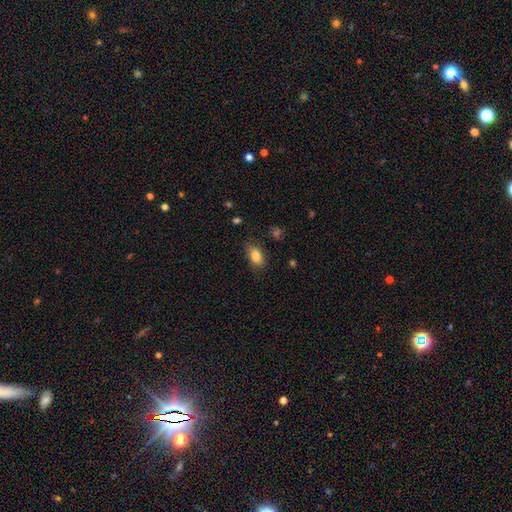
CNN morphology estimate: Q: Smooth or featured?
A: smooth (86%); runner-up: star or artifact (8%)
Q: How rounded?
A: in between (86%); runner-up: round (11%)
Q: Merging?
A: none (76%); runner-up: minor disturbance (18%)